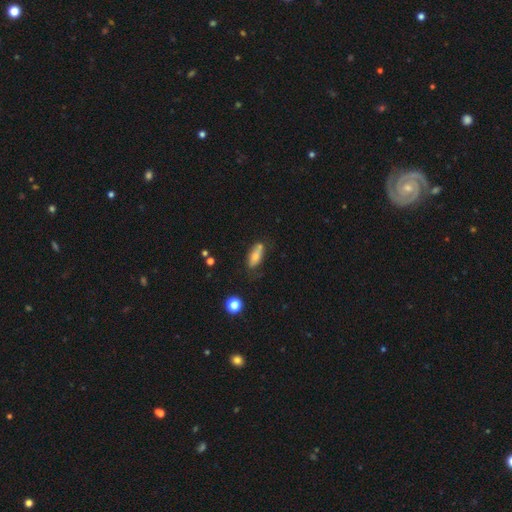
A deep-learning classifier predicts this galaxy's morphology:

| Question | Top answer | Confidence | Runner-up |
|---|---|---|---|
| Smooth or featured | smooth | 68% | featured or disk (23%) |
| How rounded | in between | 70% | cigar-shaped (26%) |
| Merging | none | 56% | minor disturbance (24%) |